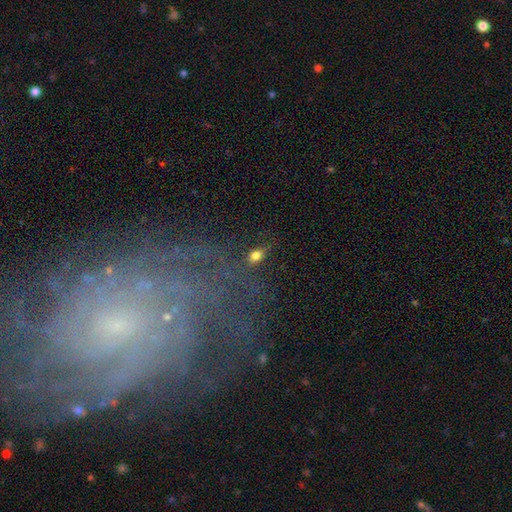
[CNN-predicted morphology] This appears to be a smooth galaxy with no disk features (73%) that is in between round and cigar-shaped (81%). Merging: none (77%).